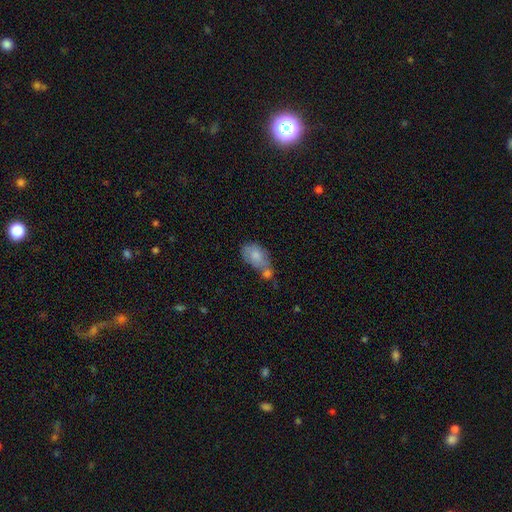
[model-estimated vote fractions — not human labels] Smooth or featured? Predicted: smooth (p=0.73). How rounded? Predicted: in between (p=0.88). Merging? Predicted: merger (p=0.48).